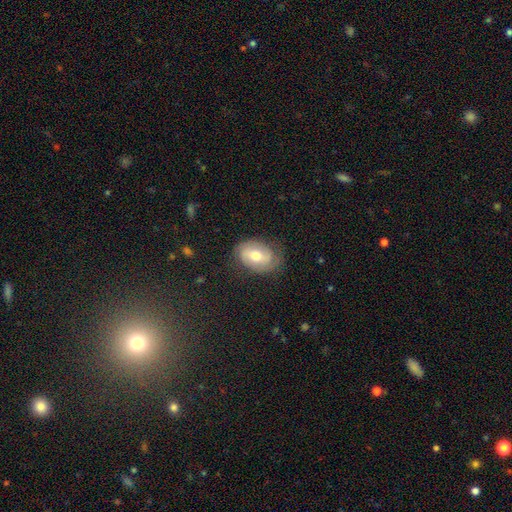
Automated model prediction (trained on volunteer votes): Q: Smooth or featured?
A: featured or disk (60%); runner-up: smooth (32%)
Q: Edge-on disk?
A: no (95%); runner-up: yes (5%)
Q: Bar?
A: weak (42%); runner-up: no (36%)
Q: Spiral arms?
A: yes (80%); runner-up: no (20%)
Q: Bulge size?
A: moderate (73%); runner-up: small (20%)
Q: Merging?
A: none (72%); runner-up: minor disturbance (19%)